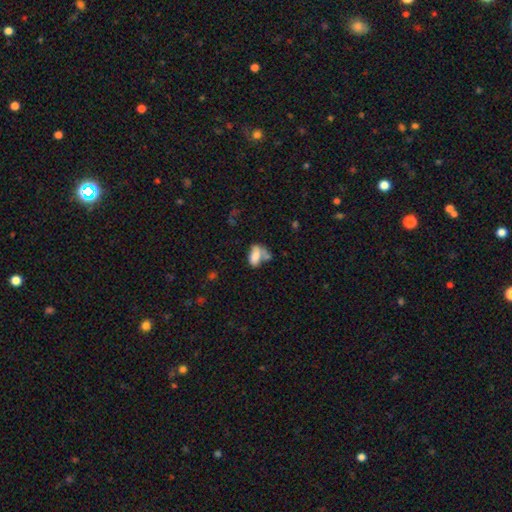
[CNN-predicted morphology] smooth-or-featured: smooth: 76% | featured or disk: 14% | star or artifact: 10%
  how-rounded: in between: 89% | cigar-shaped: 5% | round: 5%
  merging: merger: 41% | none: 28% | minor disturbance: 18% | major disturbance: 13%